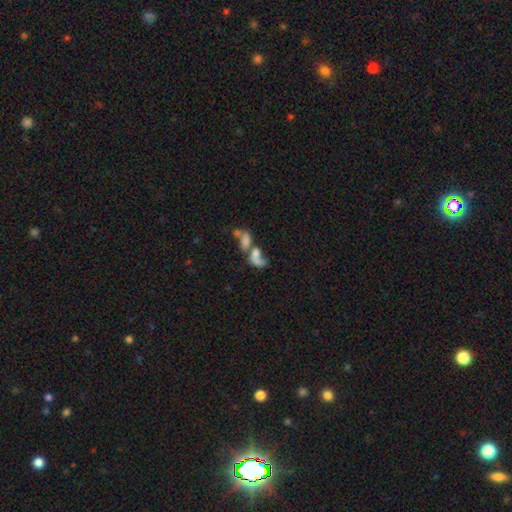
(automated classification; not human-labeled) This appears to be a smooth galaxy with no disk features (49%). Merging: merger (64%).